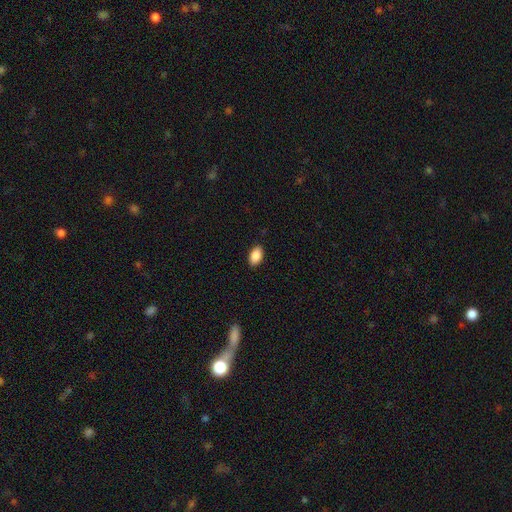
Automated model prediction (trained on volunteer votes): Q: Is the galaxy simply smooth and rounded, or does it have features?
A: smooth — 89%.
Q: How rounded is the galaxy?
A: in between — 93%.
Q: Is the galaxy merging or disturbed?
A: none — 89%.